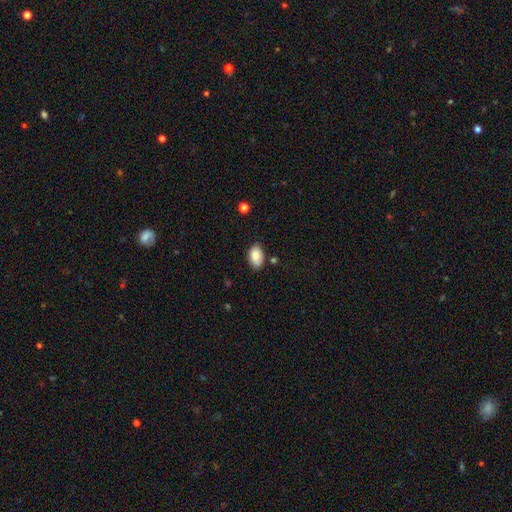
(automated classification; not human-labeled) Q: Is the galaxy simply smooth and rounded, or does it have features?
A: smooth — 86%.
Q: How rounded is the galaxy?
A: in between — 91%.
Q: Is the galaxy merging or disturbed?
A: none — 78%.